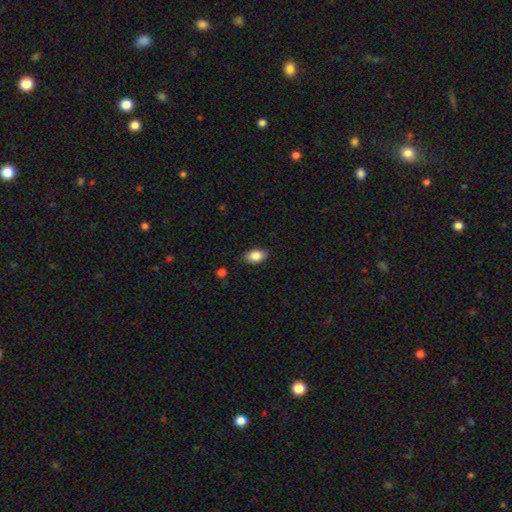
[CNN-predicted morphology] The model was most divided on "merging": none: 86%, minor disturbance: 10%, major disturbance: 2%, merger: 1%. More confident: how rounded — in between (90%); smooth or featured — smooth (87%).